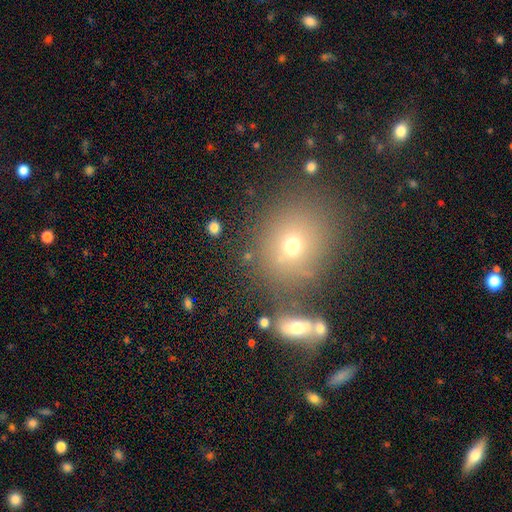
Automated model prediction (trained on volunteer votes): smooth 61%, star or artifact 24%, featured or disk 15%. Down the decision tree: how rounded — round (75%); merging — none (74%).